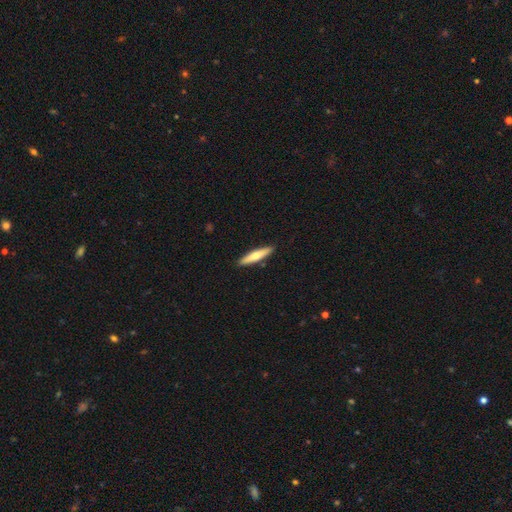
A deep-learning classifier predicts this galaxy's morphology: Smooth or featured?
  - smooth: 60% *
  - featured or disk: 35%
  - star or artifact: 5%
How rounded?
  - cigar-shaped: 83% *
  - in between: 15%
  - round: 2%
Merging?
  - none: 89% *
  - minor disturbance: 8%
  - merger: 2%
  - major disturbance: 2%